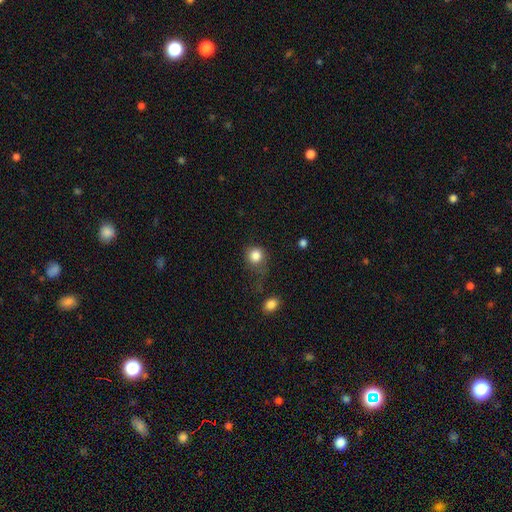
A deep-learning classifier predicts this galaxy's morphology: Smooth or featured? Predicted: smooth (p=0.84). How rounded? Predicted: round (p=0.85). Merging? Predicted: none (p=0.53).